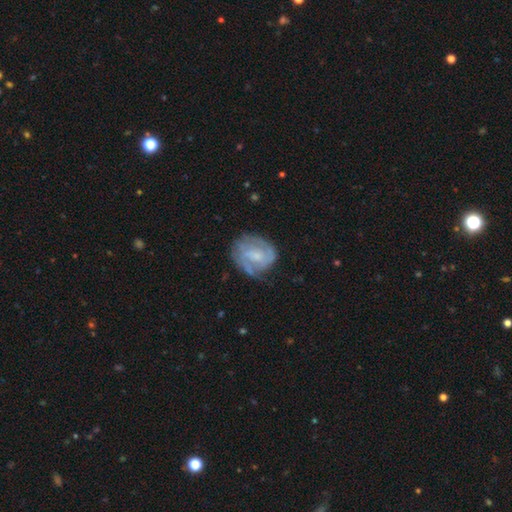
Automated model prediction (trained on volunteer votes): smooth_or_featured: featured or disk (p=0.74) [alt: smooth p=0.19]
disk_edge_on: no (p=0.98) [alt: yes p=0.02]
bar: weak (p=0.49) [alt: no p=0.39]
has_spiral_arms: yes (p=0.88) [alt: no p=0.12]
spiral_winding: tight (p=0.45) [alt: medium p=0.41]
spiral_arm_count: 2 (p=0.55) [alt: can't tell p=0.24]
bulge_size: small (p=0.49) [alt: moderate p=0.30]
merging: none (p=0.64) [alt: minor disturbance p=0.23]